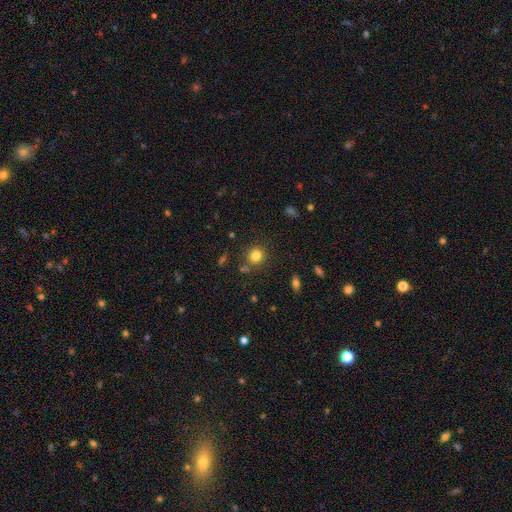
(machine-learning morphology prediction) Smooth or featured: smooth — 80% (star or artifact — 13%)
How rounded: round — 90% (in between — 9%)
Merging: none — 82% (minor disturbance — 9%)